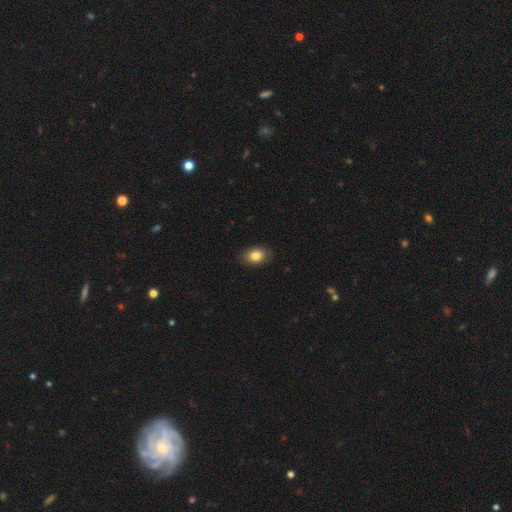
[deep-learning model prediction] Smooth or featured?
  - smooth: 83% *
  - featured or disk: 9%
  - star or artifact: 8%
How rounded?
  - in between: 79% *
  - round: 19%
  - cigar-shaped: 1%
Merging?
  - none: 86% *
  - minor disturbance: 11%
  - major disturbance: 2%
  - merger: 1%